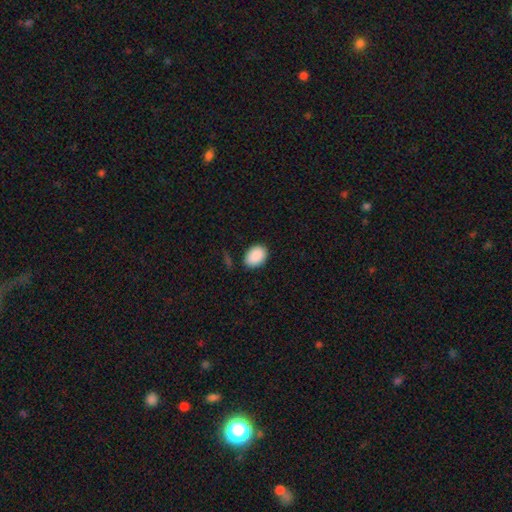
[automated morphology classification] The model was most divided on "how rounded": in between: 78%, round: 21%, cigar-shaped: 1%. More confident: smooth or featured — smooth (90%); merging — none (82%).